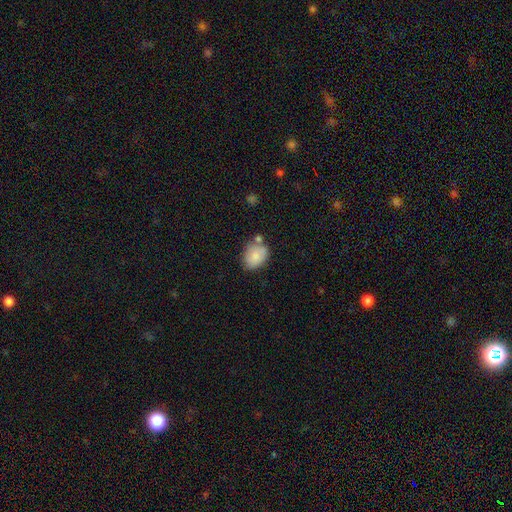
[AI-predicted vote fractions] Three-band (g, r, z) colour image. It shows a smooth galaxy with no disk features (82%) that is in between round and cigar-shaped (61%). Merging: none (59%).